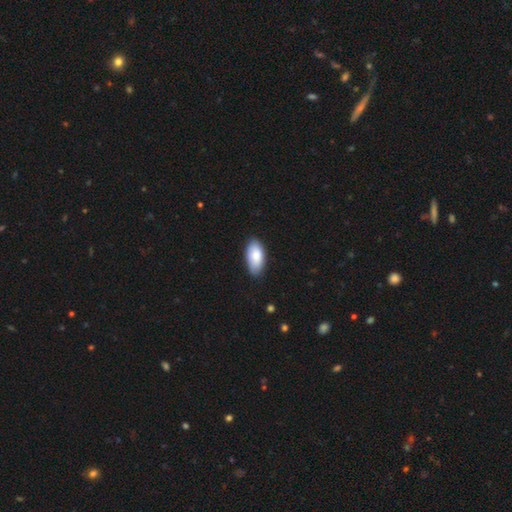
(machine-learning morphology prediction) A smooth galaxy with no disk features (84%) that is in between round and cigar-shaped (94%). Merging: none (81%).